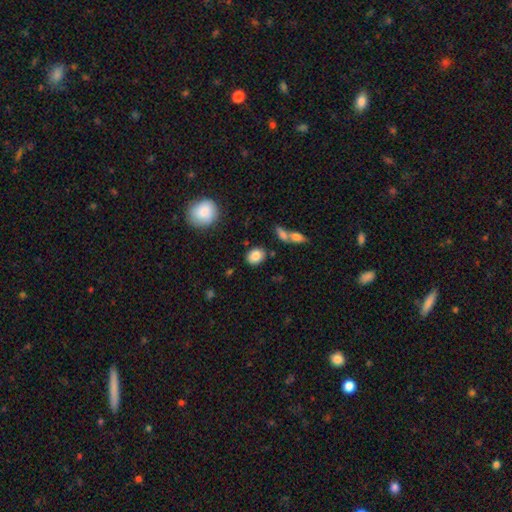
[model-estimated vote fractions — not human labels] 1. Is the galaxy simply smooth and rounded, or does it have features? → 84% smooth, 9% star or artifact, 7% featured or disk.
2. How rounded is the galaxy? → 55% in between, 43% round, 2% cigar-shaped.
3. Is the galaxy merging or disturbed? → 82% none, 11% minor disturbance, 5% merger, 3% major disturbance.